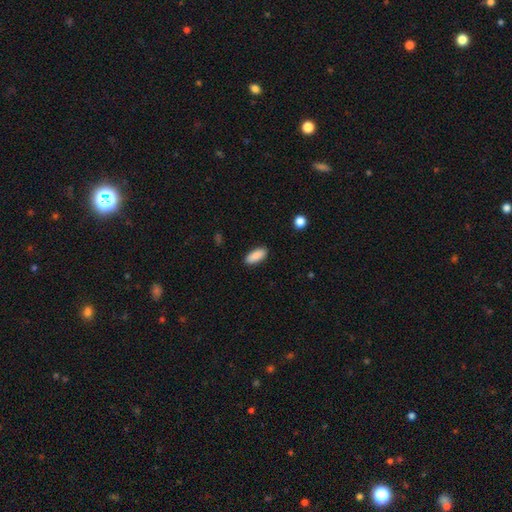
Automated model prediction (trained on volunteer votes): Smooth or featured? Predicted: smooth (p=0.90). How rounded? Predicted: in between (p=0.83). Merging? Predicted: none (p=0.89).